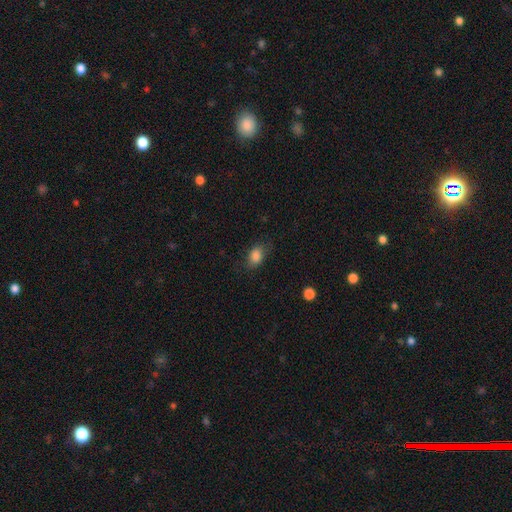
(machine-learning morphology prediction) Overall: smooth (85%). How rounded: in between (77%). Merging: none (75%).